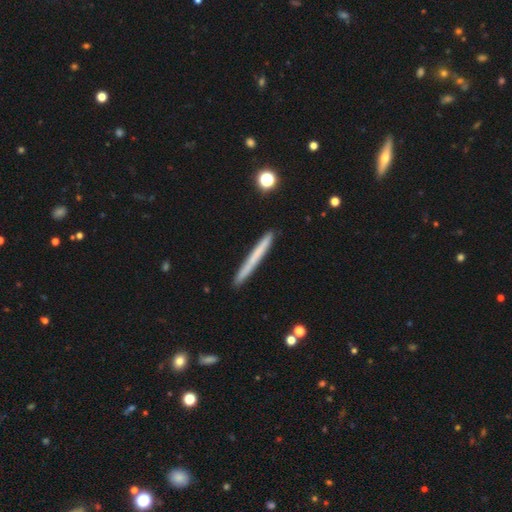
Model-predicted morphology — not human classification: A smooth galaxy with no disk features (59%) that is cigar-shaped (97%). Merging: none (91%).